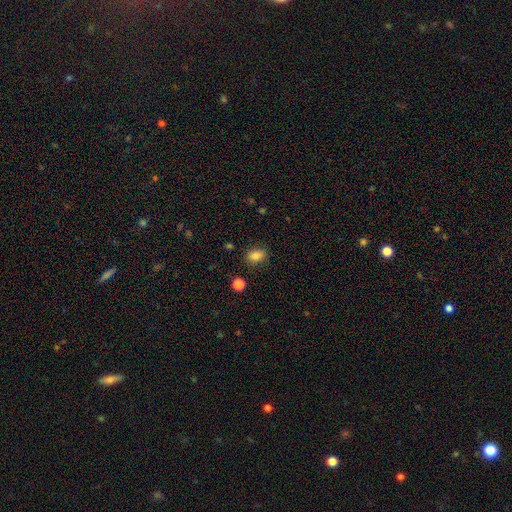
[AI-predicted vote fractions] Overall: smooth (84%). How rounded: in between (74%). Merging: none (85%).